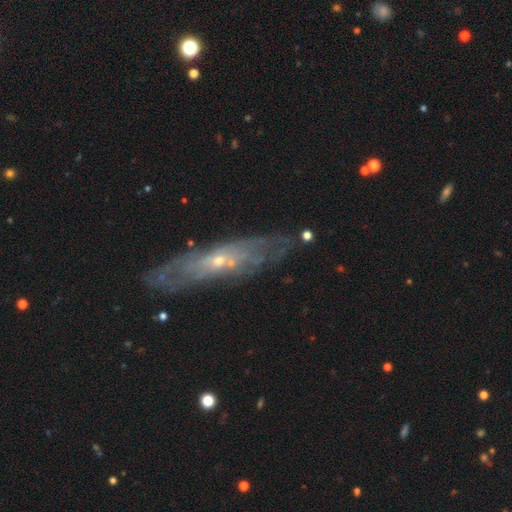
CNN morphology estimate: This appears to be a featured or disk galaxy (75%). Merging: none (83%).